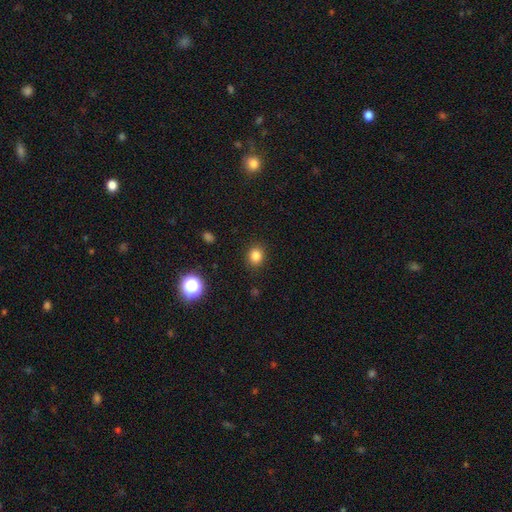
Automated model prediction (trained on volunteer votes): A smooth galaxy with no disk features (83%) that is round (72%).

Vote fractions:
- Smooth or featured? smooth: 83% / star or artifact: 13% / featured or disk: 4%
- How rounded? round: 72% / in between: 27% / cigar-shaped: 1%
- Merging? none: 89% / minor disturbance: 7% / major disturbance: 2% / merger: 1%